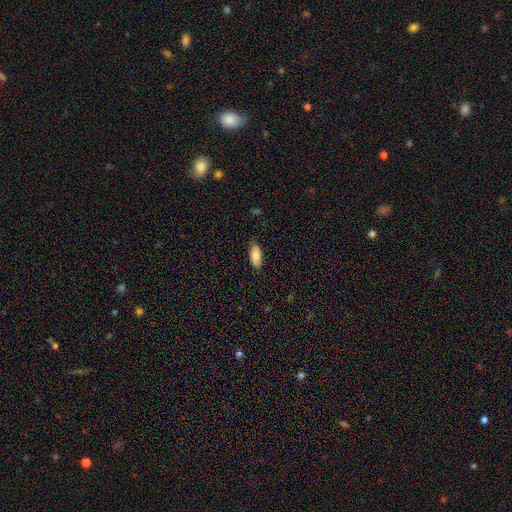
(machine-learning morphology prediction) Smooth or featured: smooth — 82% (featured or disk — 12%)
How rounded: in between — 85% (cigar-shaped — 13%)
Merging: none — 85% (minor disturbance — 12%)